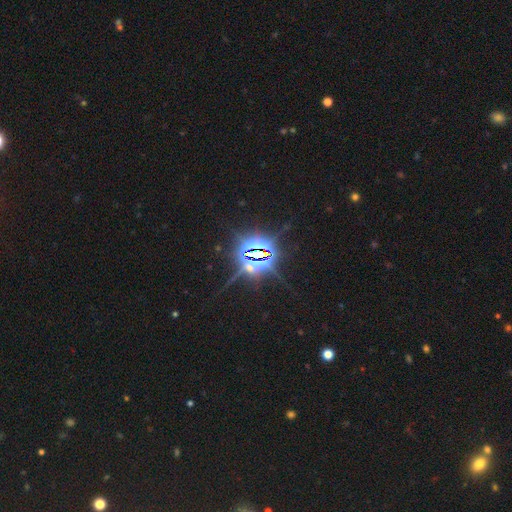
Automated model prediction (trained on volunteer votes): Morphology: type=star or artifact (85%).